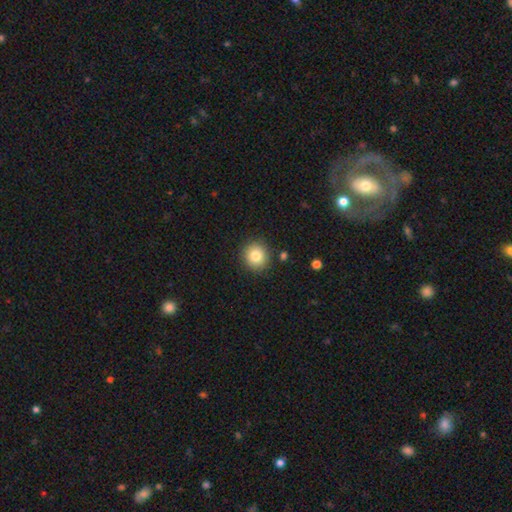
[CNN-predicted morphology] Smooth or featured?
  - smooth: 82% *
  - star or artifact: 10%
  - featured or disk: 8%
How rounded?
  - round: 90% *
  - in between: 10%
  - cigar-shaped: 1%
Merging?
  - none: 89% *
  - minor disturbance: 7%
  - merger: 2%
  - major disturbance: 2%